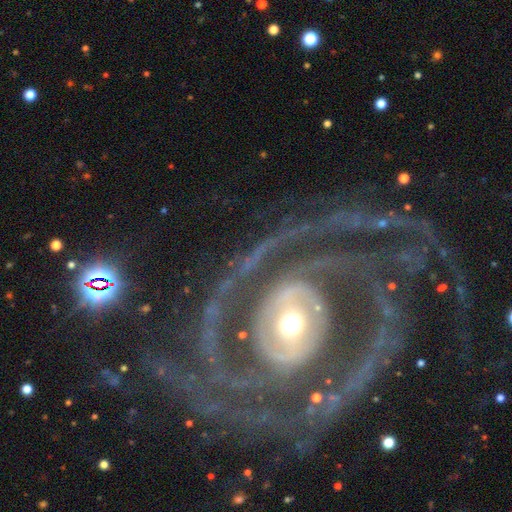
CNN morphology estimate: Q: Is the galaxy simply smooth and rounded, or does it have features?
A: featured or disk — 91%.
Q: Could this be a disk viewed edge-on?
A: no — 97%.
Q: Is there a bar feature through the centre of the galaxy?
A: no — 51%.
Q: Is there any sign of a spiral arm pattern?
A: yes — 96%.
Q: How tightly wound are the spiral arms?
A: tight — 59%.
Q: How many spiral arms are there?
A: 2 — 38%.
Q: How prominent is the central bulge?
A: moderate — 60%.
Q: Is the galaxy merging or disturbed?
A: none — 67%.